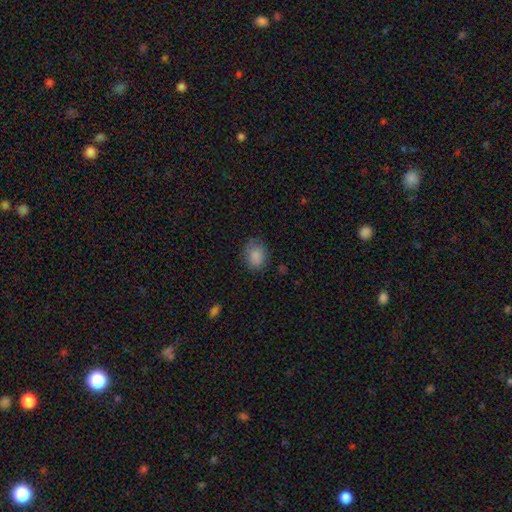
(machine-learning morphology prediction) type=smooth (85%); roundness=round (53%); merging=none (73%).